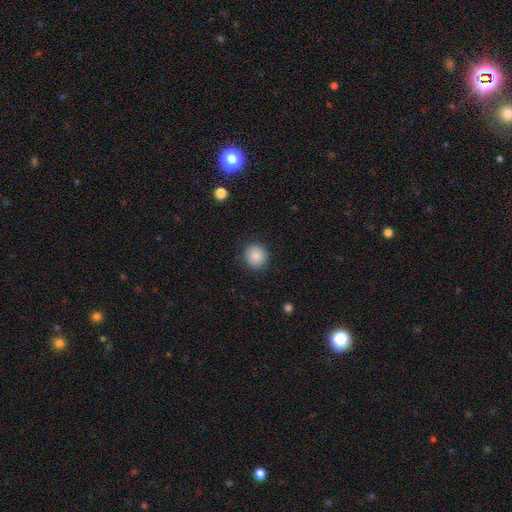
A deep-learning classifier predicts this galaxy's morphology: smooth_or_featured: smooth (p=0.88) [alt: star or artifact p=0.08]
how_rounded: round (p=0.90) [alt: in between p=0.10]
merging: none (p=0.90) [alt: minor disturbance p=0.07]